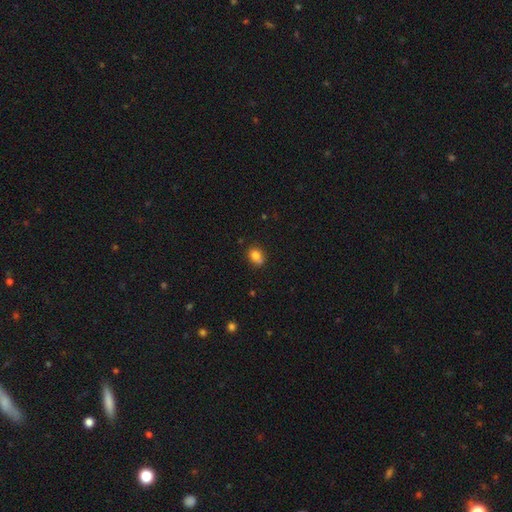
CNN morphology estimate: Overall: smooth (79%). How rounded: in between (54%; round 45%). Merging: none (60%).